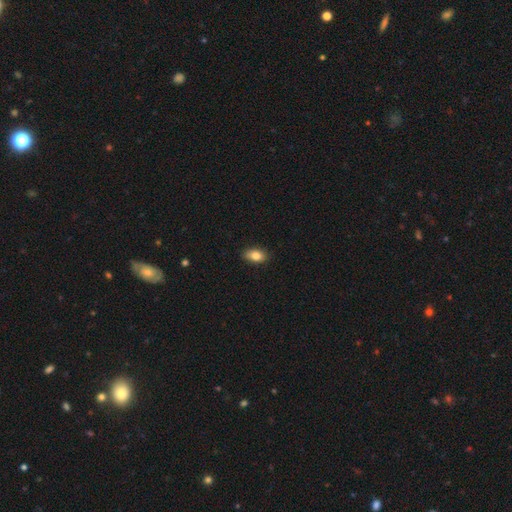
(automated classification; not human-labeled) Smooth or featured: smooth — 84% (featured or disk — 8%)
How rounded: in between — 90% (round — 7%)
Merging: none — 88% (minor disturbance — 10%)